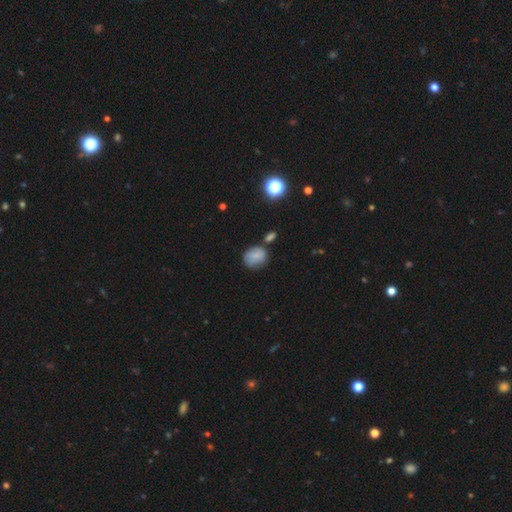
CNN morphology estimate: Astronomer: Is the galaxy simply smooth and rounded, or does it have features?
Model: smooth — 77%.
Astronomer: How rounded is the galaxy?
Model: round — 56% (runner-up: in between, 43%).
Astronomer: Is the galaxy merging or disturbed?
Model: none — 59%.